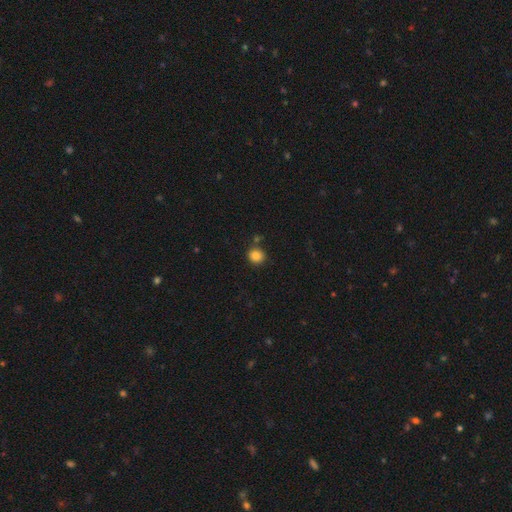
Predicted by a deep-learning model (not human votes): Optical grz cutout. It shows a smooth galaxy with no disk features (84%) that is round (85%). Merging: none (79%).